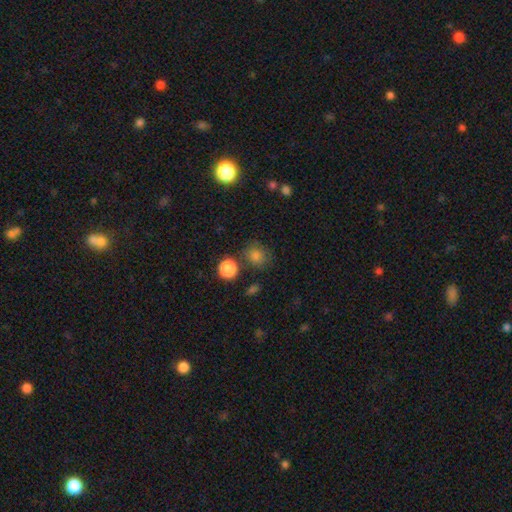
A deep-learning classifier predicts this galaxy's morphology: A smooth galaxy with no disk features (79%) that is round (79%).

Vote fractions:
- Smooth or featured? smooth: 79% / star or artifact: 15% / featured or disk: 6%
- How rounded? round: 79% / in between: 20% / cigar-shaped: 1%
- Merging? none: 76% / minor disturbance: 12% / merger: 7% / major disturbance: 4%